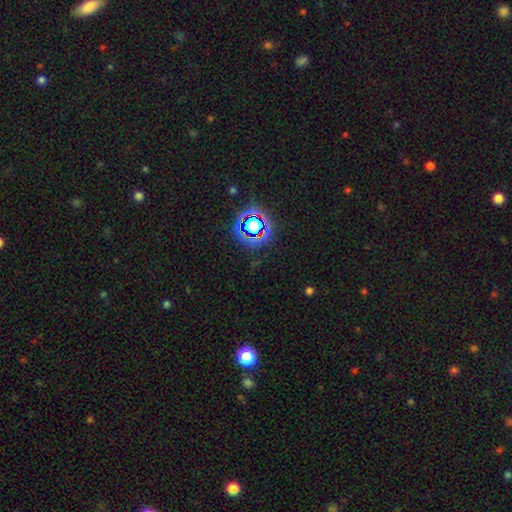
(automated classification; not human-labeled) smooth_or_featured: star or artifact (p=0.79) [alt: smooth p=0.12]